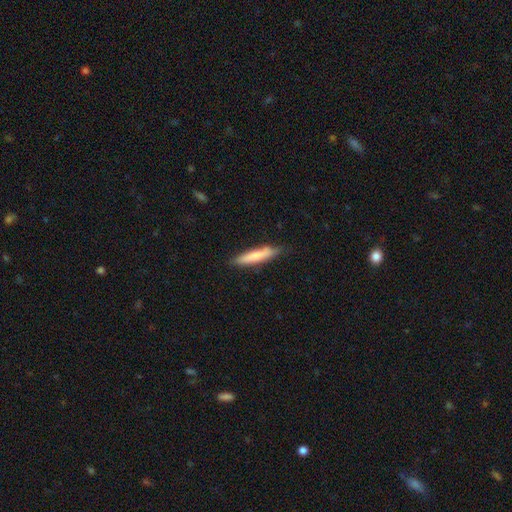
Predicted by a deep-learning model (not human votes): This is likely a smooth galaxy (75%). How rounded: clearly cigar-shaped (89%). Merging: likely none (77%).